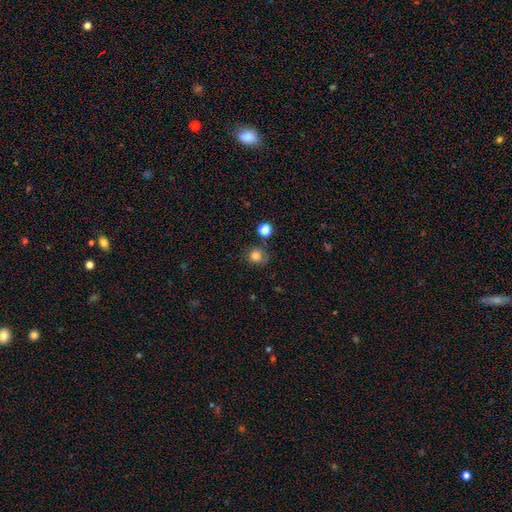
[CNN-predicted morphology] Smooth or featured? Predicted: smooth (p=0.81). How rounded? Predicted: round (p=0.87). Merging? Predicted: none (p=0.72).